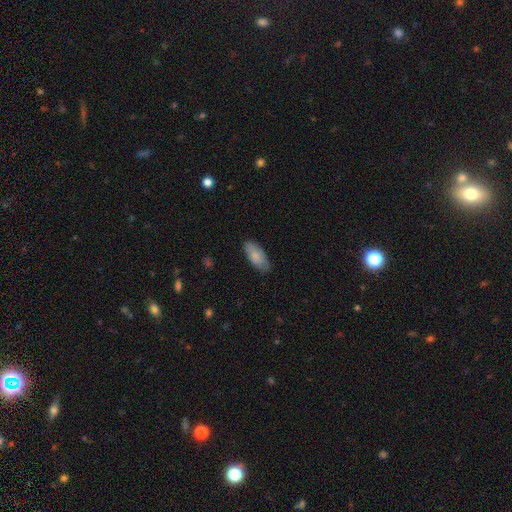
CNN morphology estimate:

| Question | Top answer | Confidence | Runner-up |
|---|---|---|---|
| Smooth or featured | smooth | 82% | featured or disk (13%) |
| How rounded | in between | 86% | cigar-shaped (12%) |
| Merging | none | 81% | minor disturbance (15%) |